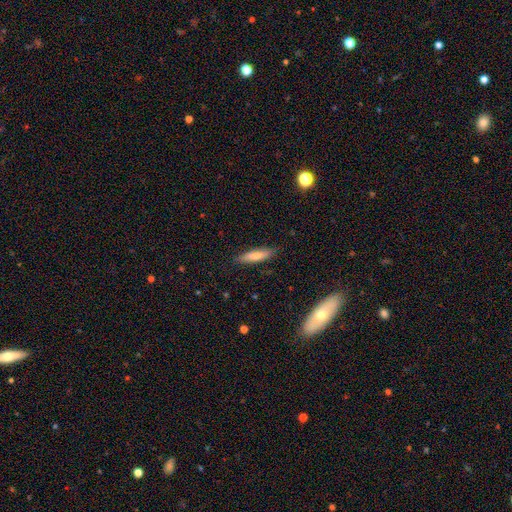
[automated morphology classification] Q: Smooth or featured?
A: smooth (72%); runner-up: featured or disk (21%)
Q: How rounded?
A: cigar-shaped (74%); runner-up: in between (24%)
Q: Merging?
A: none (87%); runner-up: minor disturbance (10%)